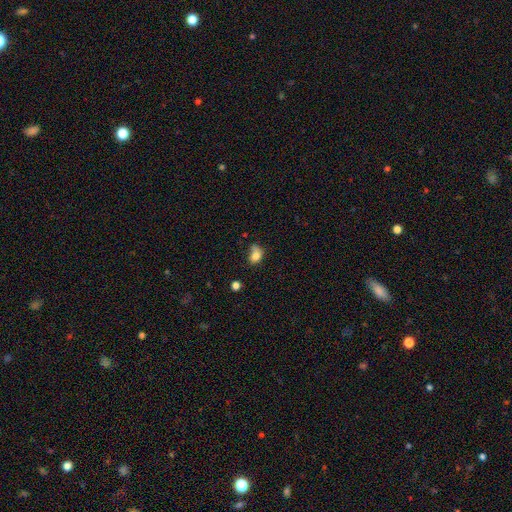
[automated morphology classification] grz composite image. It shows a smooth galaxy with no disk features (77%) that is in between round and cigar-shaped (65%). Merging: minor disturbance (35%, tied with none).